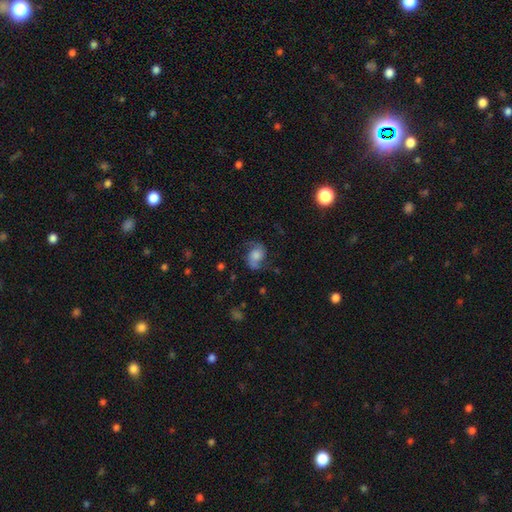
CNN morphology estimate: A featured or disk galaxy (63%) with no bar (69%), 2 (88%) loose (47%) spiral arms (92%) and a moderate central bulge (33%).

Vote fractions:
- Smooth or featured? featured or disk: 63% / smooth: 27% / star or artifact: 10%
- Edge-on disk? no: 97% / yes: 3%
- Bar? no: 69% / weak: 26% / strong: 6%
- Spiral arms? yes: 92% / no: 8%
- Spiral winding? loose: 47% / medium: 41% / tight: 13%
- Spiral arm count? 2: 88% / 1: 4% / can't tell: 4% / 3: 1% / 4: 1% / more than 4: 1%
- Bulge size? moderate: 33% / large: 26% / small: 21% / none: 14% / dominant: 6%
- Merging? none: 66% / minor disturbance: 20% / major disturbance: 12% / merger: 2%